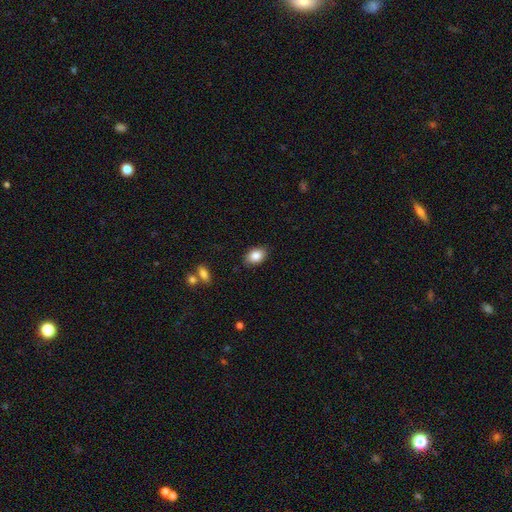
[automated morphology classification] smooth_or_featured: smooth (p=0.86) [alt: star or artifact p=0.08]
how_rounded: in between (p=0.84) [alt: round p=0.15]
merging: none (p=0.85) [alt: minor disturbance p=0.11]